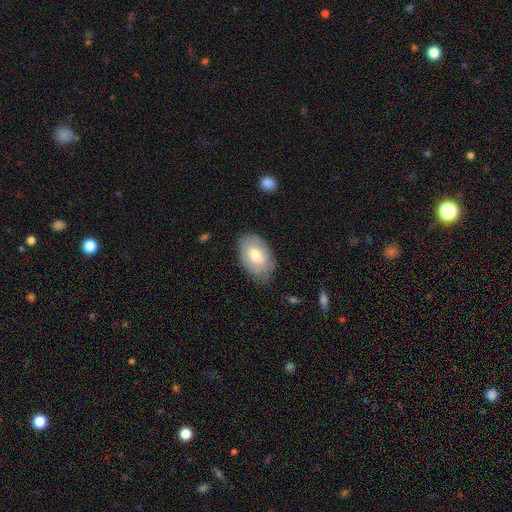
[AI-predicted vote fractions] Morphology: type=smooth (67%); roundness=in between (91%); merging=none (75%).